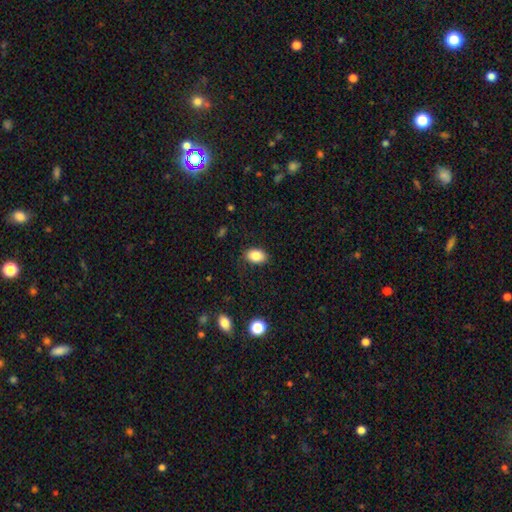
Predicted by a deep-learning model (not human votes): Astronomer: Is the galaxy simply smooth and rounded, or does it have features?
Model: smooth — 85%.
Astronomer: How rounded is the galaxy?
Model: in between — 84%.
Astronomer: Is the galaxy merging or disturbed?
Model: none — 83%.